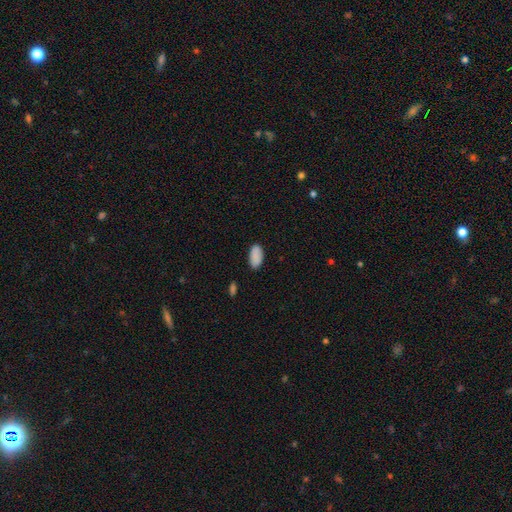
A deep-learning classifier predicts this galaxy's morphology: smooth_or_featured: smooth (p=0.88) [alt: star or artifact p=0.07]
how_rounded: in between (p=0.94) [alt: cigar-shaped p=0.03]
merging: none (p=0.83) [alt: minor disturbance p=0.13]